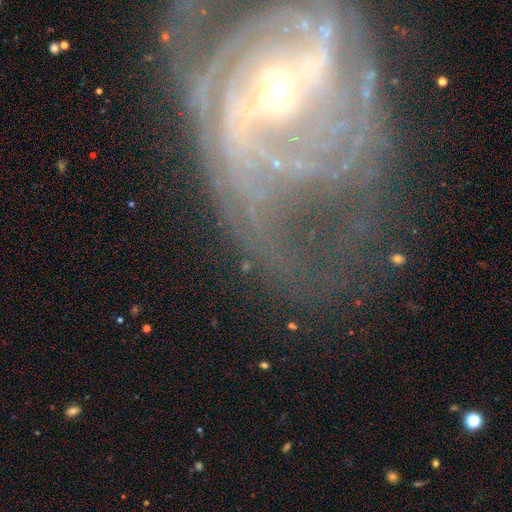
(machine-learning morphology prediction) featured or disk 84%, star or artifact 9%, smooth 7%. Down the decision tree: edge-on disk — no (94%); bar — strong (36%, tied with weak); spiral arms — yes (87%); spiral arm count — can't tell (32%); spiral winding — tight (52%); bulge size — small (60%); merging — none (56%).